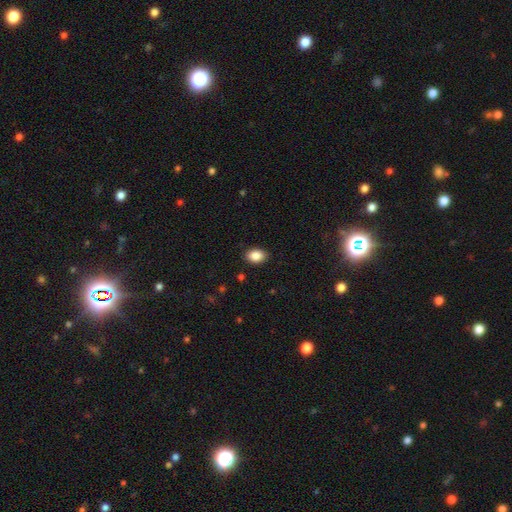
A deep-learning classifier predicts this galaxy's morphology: Overall: smooth (87%). How rounded: in between (80%). Merging: none (88%).